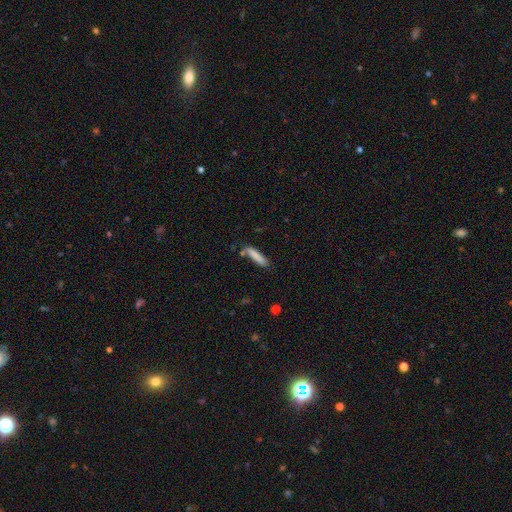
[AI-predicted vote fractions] smooth_or_featured: smooth (p=0.83) [alt: featured or disk p=0.11]
how_rounded: cigar-shaped (p=0.85) [alt: in between p=0.13]
merging: none (p=0.75) [alt: minor disturbance p=0.16]